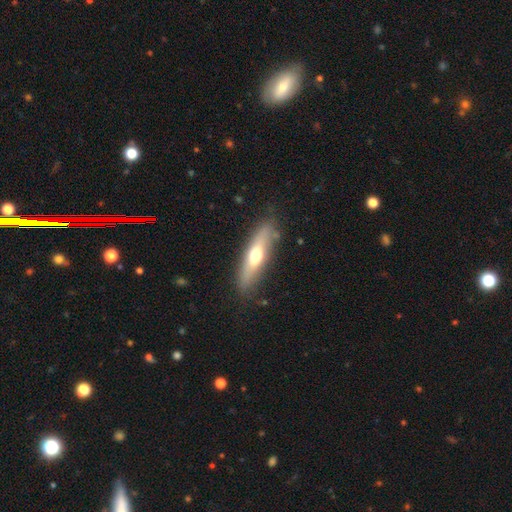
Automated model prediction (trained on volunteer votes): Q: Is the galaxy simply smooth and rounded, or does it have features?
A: smooth — 53%.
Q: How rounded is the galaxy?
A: cigar-shaped — 68%.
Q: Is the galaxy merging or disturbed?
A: none — 81%.